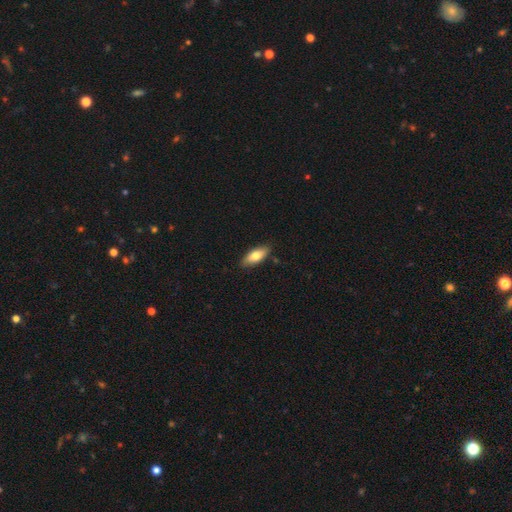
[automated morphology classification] A smooth galaxy with no disk features (74%) that is in between round and cigar-shaped (78%).

Vote fractions:
- Smooth or featured? smooth: 74% / featured or disk: 20% / star or artifact: 6%
- How rounded? in between: 78% / cigar-shaped: 20% / round: 2%
- Merging? none: 86% / minor disturbance: 11% / major disturbance: 2% / merger: 1%